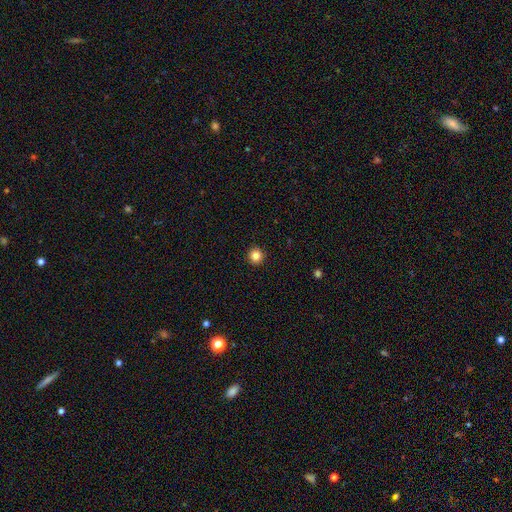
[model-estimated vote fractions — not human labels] This appears to be a smooth galaxy with no disk features (84%) that is round (95%). Merging: none (93%).